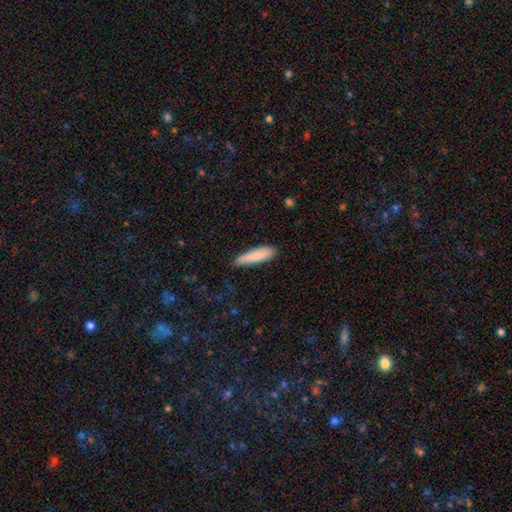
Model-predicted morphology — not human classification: This appears to be a smooth galaxy with no disk features (84%) that is cigar-shaped (72%). Merging: none (81%).